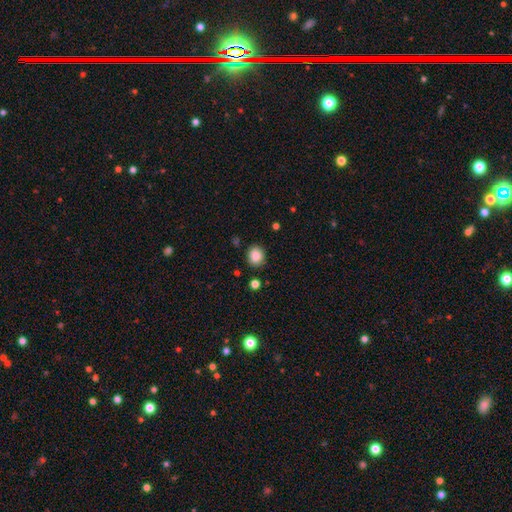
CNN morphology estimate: Overall: smooth (87%). How rounded: round (73%). Merging: none (87%).